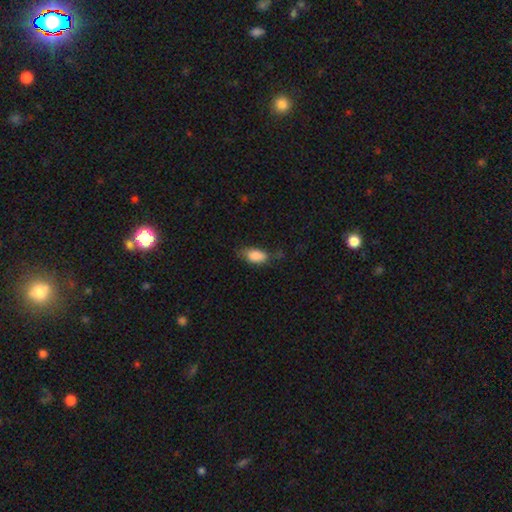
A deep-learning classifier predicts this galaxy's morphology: Smooth or featured? Predicted: smooth (p=0.86). How rounded? Predicted: in between (p=0.89). Merging? Predicted: none (p=0.54).